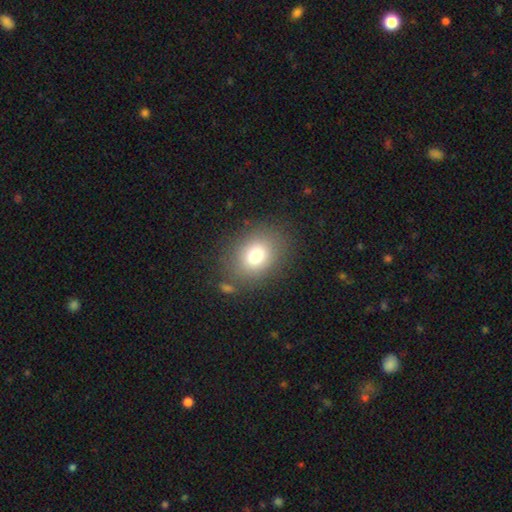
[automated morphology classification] Smooth or featured? Predicted: smooth (p=0.75). How rounded? Predicted: in between (p=0.50). Merging? Predicted: none (p=0.80).